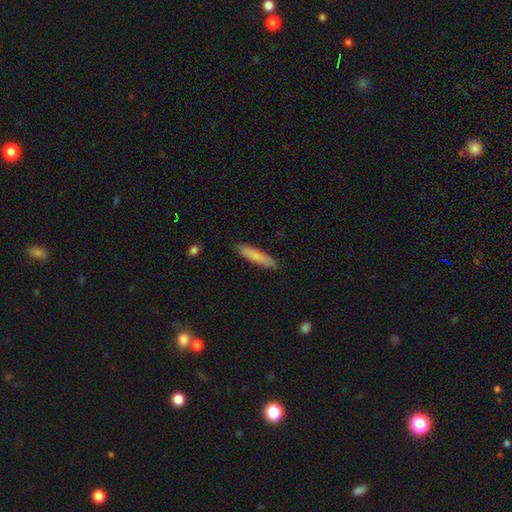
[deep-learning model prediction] Smooth or featured? Predicted: smooth (p=0.79). How rounded? Predicted: cigar-shaped (p=0.85). Merging? Predicted: none (p=0.88).